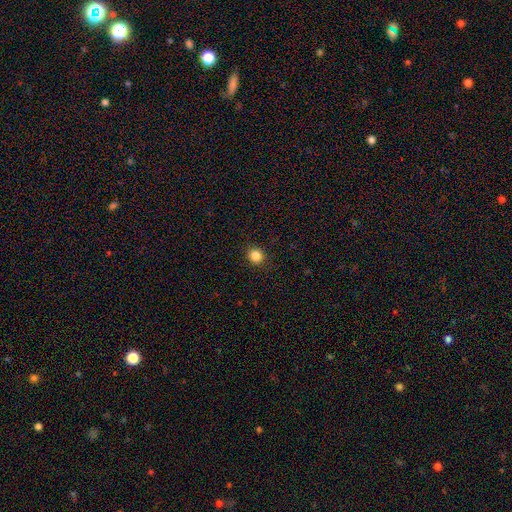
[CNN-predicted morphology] smooth_or_featured: smooth (p=0.85) [alt: star or artifact p=0.12]
how_rounded: round (p=0.87) [alt: in between p=0.12]
merging: none (p=0.91) [alt: minor disturbance p=0.06]